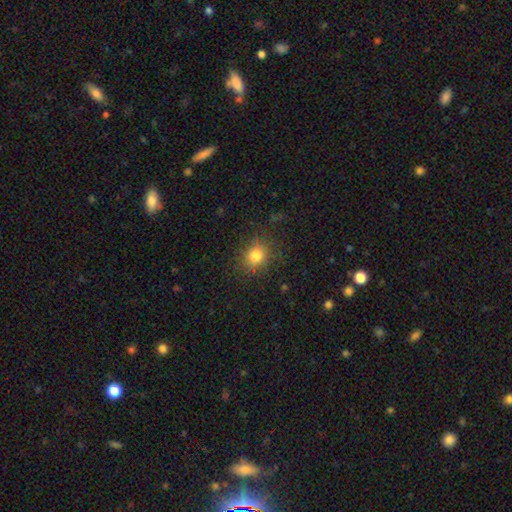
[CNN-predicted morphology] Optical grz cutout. It shows a smooth galaxy with no disk features (80%) that is round (69%). Merging: none (83%).